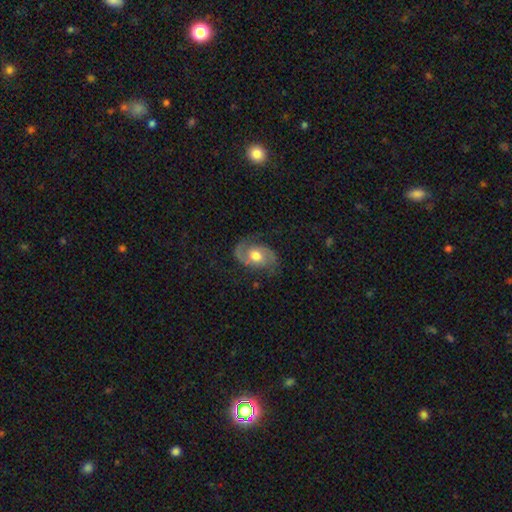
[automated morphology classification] smooth-or-featured: featured or disk: 76% | smooth: 17% | star or artifact: 6%
  disk-edge-on: no: 96% | yes: 4%
    bar: no: 66% | weak: 28% | strong: 6%
    has-spiral-arms: yes: 91% | no: 9%
      spiral-winding: medium: 49% | loose: 30% | tight: 22%
      spiral-arm-count: 2: 87% | can't tell: 5% | 1: 4% | 3: 1% | 4: 1% | more than 4: 1%
    bulge-size: moderate: 68% | large: 21% | small: 8% | dominant: 1% | none: 1%
  merging: none: 68% | minor disturbance: 19% | major disturbance: 11% | merger: 1%